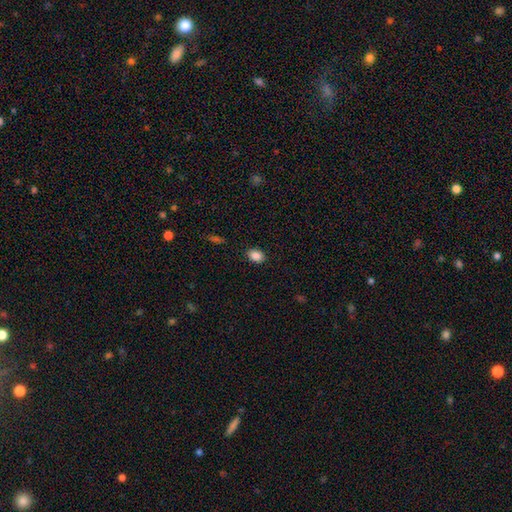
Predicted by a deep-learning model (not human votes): Smooth or featured? smooth (87%)
How rounded? in between (72%)
Merging? none (88%)